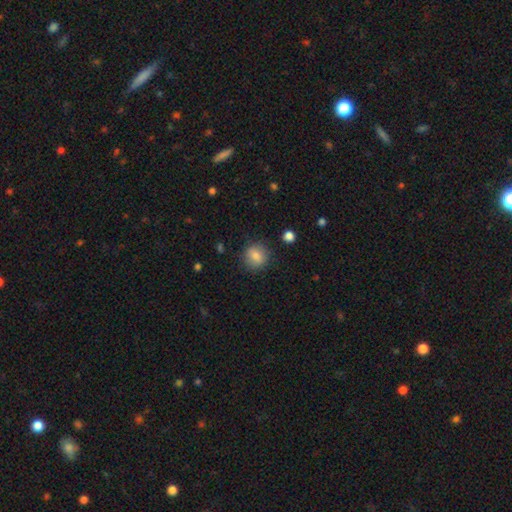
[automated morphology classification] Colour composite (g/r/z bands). It shows a smooth galaxy with no disk features (82%) that is round (80%). Merging: none (84%).